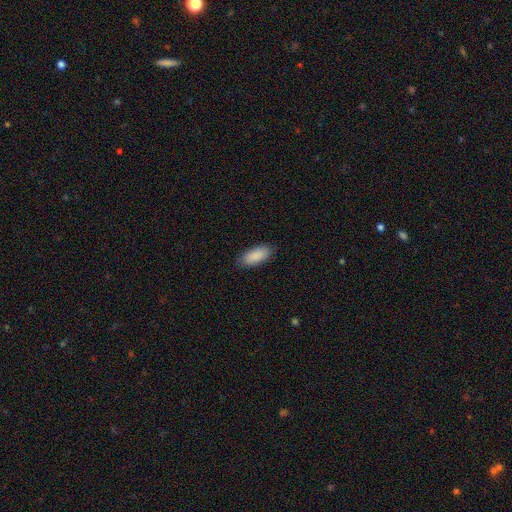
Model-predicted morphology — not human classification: A smooth galaxy with no disk features (90%) that is in between round and cigar-shaped (87%).

Vote fractions:
- Smooth or featured? smooth: 90% / star or artifact: 6% / featured or disk: 4%
- How rounded? in between: 87% / cigar-shaped: 11% / round: 2%
- Merging? none: 87% / minor disturbance: 10% / major disturbance: 2% / merger: 1%